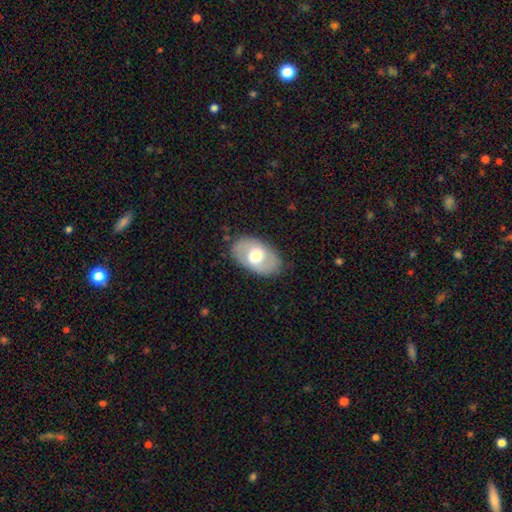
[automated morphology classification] smooth_or_featured: smooth (p=0.51) [alt: featured or disk p=0.43]
how_rounded: in between (p=0.90) [alt: round p=0.08]
merging: none (p=0.82) [alt: minor disturbance p=0.13]